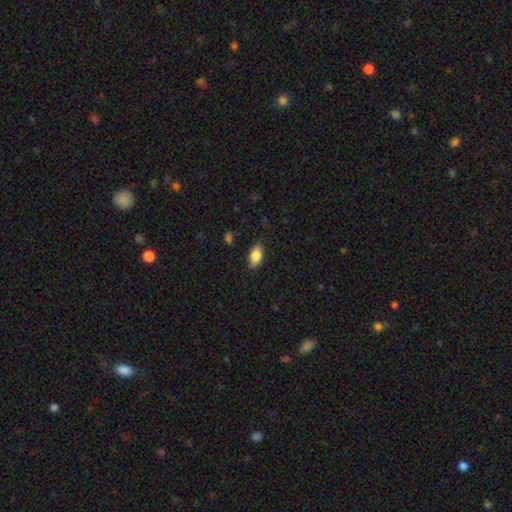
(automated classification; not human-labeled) smooth_or_featured: smooth (p=0.84) [alt: featured or disk p=0.09]
how_rounded: in between (p=0.90) [alt: cigar-shaped p=0.06]
merging: none (p=0.83) [alt: minor disturbance p=0.13]